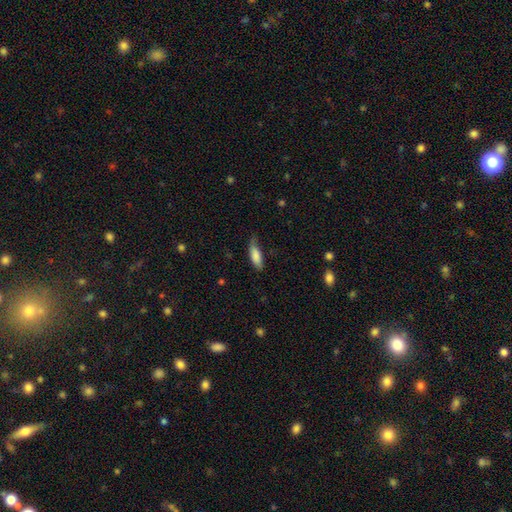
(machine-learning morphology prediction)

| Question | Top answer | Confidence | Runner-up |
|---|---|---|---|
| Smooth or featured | smooth | 82% | featured or disk (12%) |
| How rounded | in between | 59% | cigar-shaped (39%) |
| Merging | none | 58% | minor disturbance (32%) |